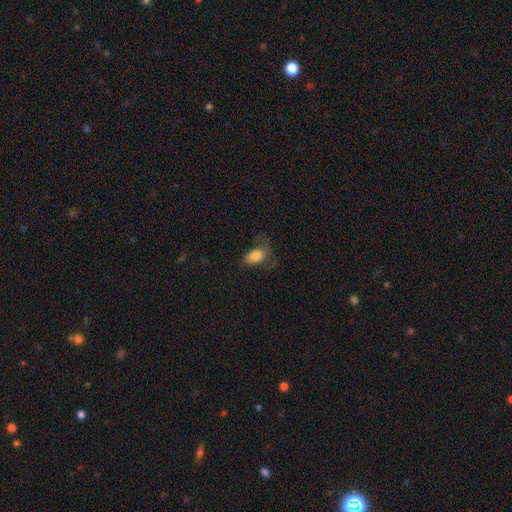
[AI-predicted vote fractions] smooth 81%, featured or disk 10%, star or artifact 9%. Down the decision tree: how rounded — in between (89%); merging — none (43%).